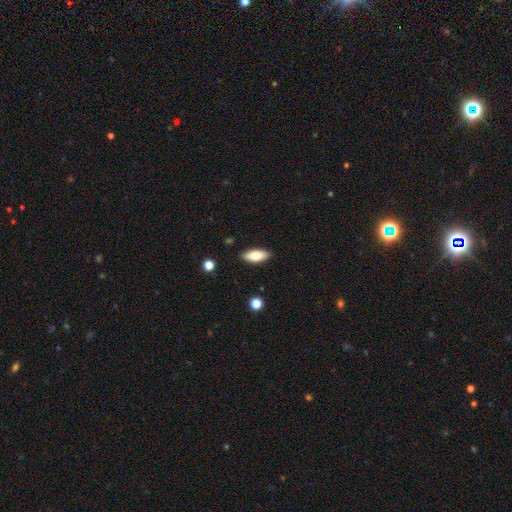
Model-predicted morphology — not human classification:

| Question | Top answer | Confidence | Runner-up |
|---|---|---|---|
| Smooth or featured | smooth | 73% | featured or disk (20%) |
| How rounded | in between | 79% | cigar-shaped (18%) |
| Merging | none | 88% | minor disturbance (9%) |